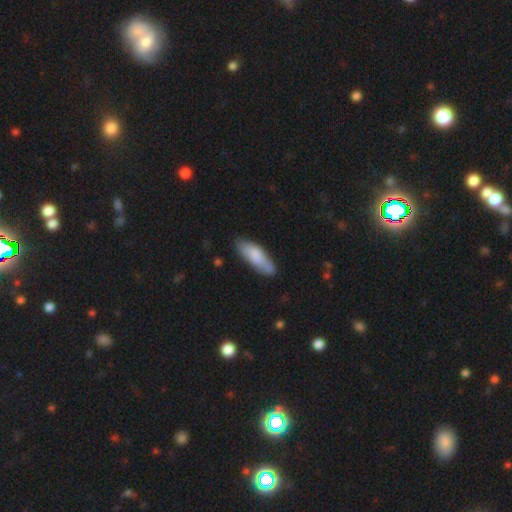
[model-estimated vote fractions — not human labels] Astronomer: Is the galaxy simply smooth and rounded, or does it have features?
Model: smooth — 79%.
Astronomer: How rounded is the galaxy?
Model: in between — 56% (runner-up: cigar-shaped, 43%).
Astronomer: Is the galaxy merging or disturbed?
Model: none — 78%.